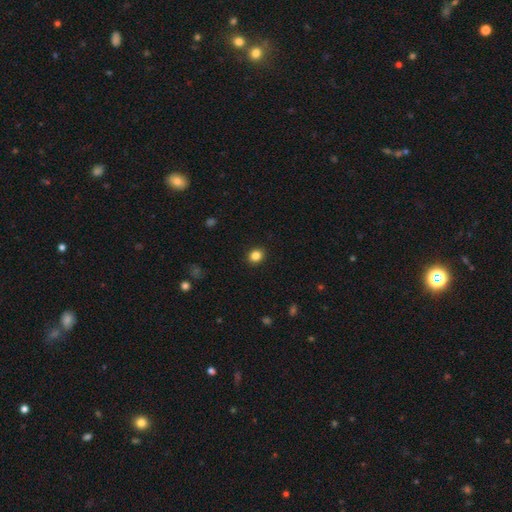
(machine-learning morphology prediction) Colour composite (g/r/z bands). It shows a smooth galaxy with no disk features (84%) that is round (77%). Merging: none (92%).